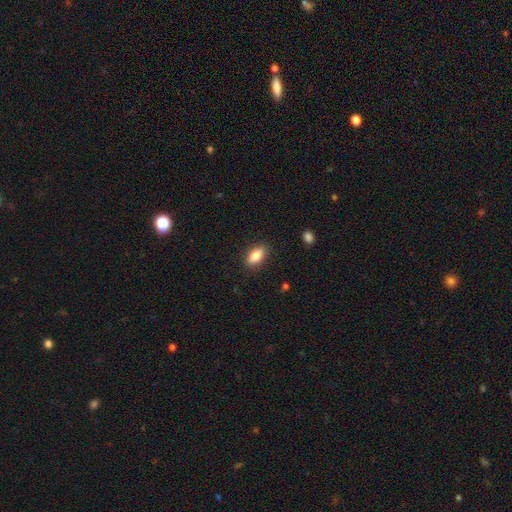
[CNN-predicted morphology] Overall: smooth (84%). How rounded: in between (87%). Merging: none (87%).